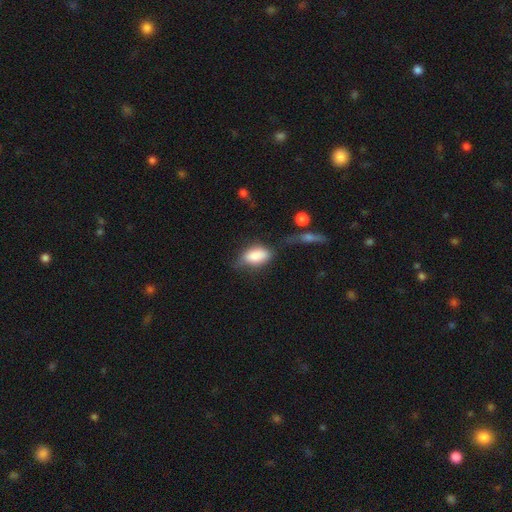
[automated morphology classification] Smooth or featured: smooth — 83% (featured or disk — 10%)
How rounded: in between — 91% (round — 6%)
Merging: none — 45% (minor disturbance — 31%)